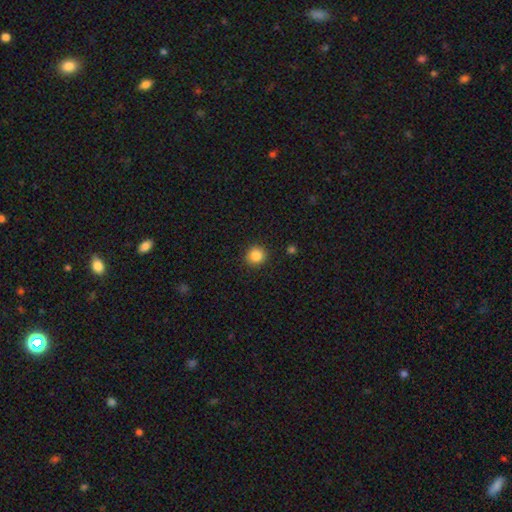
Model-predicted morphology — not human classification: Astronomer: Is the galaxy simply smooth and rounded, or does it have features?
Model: smooth — 85%.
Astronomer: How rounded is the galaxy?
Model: round — 92%.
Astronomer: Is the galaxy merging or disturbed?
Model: none — 92%.